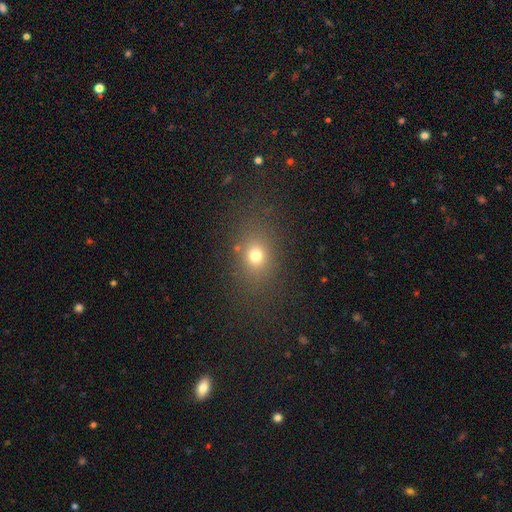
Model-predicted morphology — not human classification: Smooth or featured?
  - smooth: 73% *
  - star or artifact: 17%
  - featured or disk: 10%
How rounded?
  - in between: 52% *
  - round: 46%
  - cigar-shaped: 2%
Merging?
  - none: 78% *
  - minor disturbance: 12%
  - major disturbance: 7%
  - merger: 3%